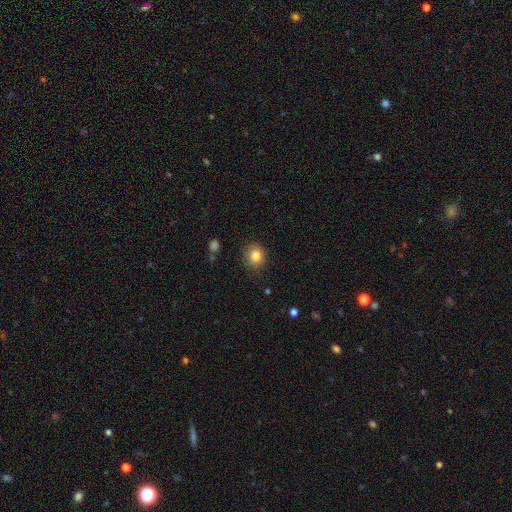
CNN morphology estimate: Smooth or featured?
  - smooth: 83% *
  - star or artifact: 10%
  - featured or disk: 6%
How rounded?
  - round: 79% *
  - in between: 20%
  - cigar-shaped: 1%
Merging?
  - none: 84% *
  - minor disturbance: 12%
  - major disturbance: 3%
  - merger: 1%